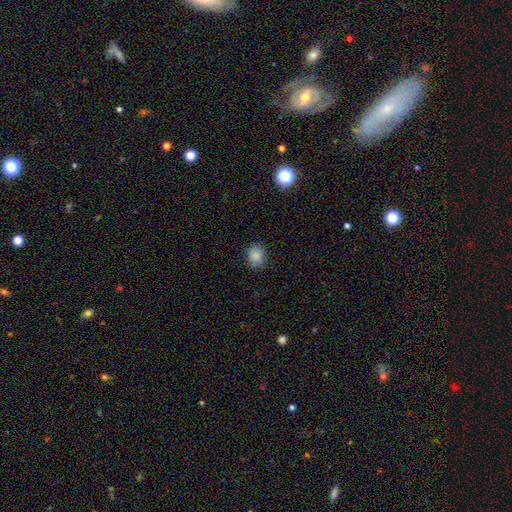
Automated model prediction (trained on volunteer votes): smooth 86%, star or artifact 10%, featured or disk 4%. Down the decision tree: how rounded — round (70%); merging — none (83%).